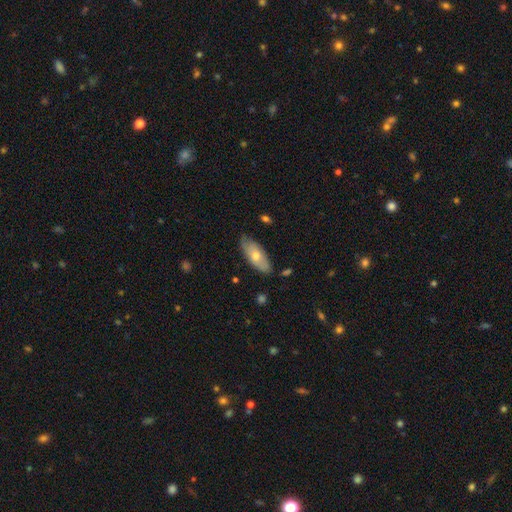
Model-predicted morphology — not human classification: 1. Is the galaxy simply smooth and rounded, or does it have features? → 63% smooth, 31% featured or disk, 6% star or artifact.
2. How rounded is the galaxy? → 81% in between, 17% cigar-shaped, 2% round.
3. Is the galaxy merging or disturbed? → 79% none, 17% minor disturbance, 2% major disturbance, 2% merger.